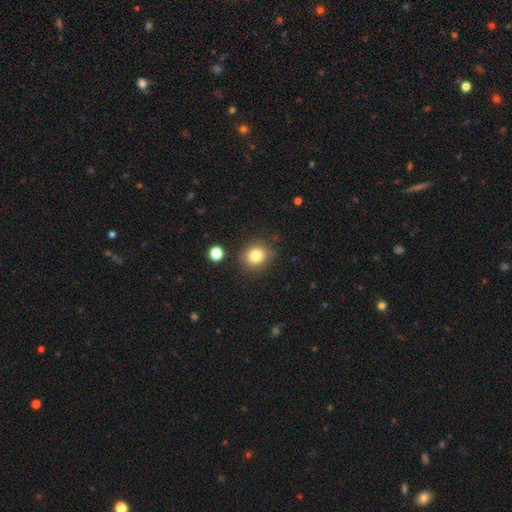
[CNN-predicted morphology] type=smooth (81%); roundness=round (81%); merging=none (83%).